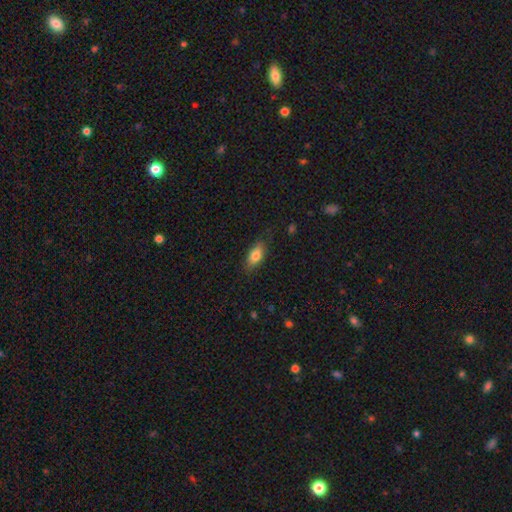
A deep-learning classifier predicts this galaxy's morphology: smooth-or-featured: smooth: 76% | featured or disk: 16% | star or artifact: 7%
  how-rounded: in between: 80% | cigar-shaped: 16% | round: 4%
  merging: none: 81% | minor disturbance: 14% | major disturbance: 3% | merger: 1%